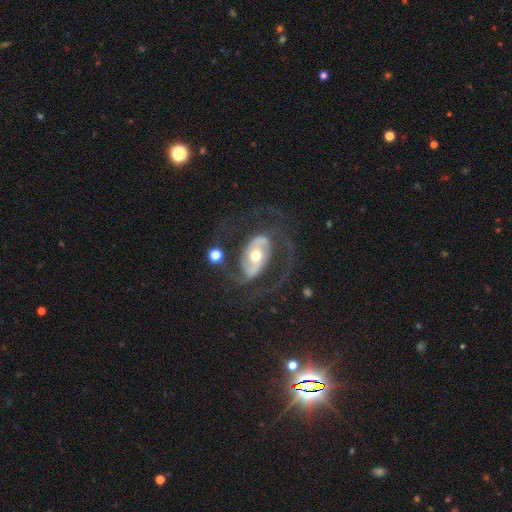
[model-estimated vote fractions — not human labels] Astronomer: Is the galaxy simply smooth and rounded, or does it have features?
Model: featured or disk — 86%.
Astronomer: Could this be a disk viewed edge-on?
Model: no — 96%.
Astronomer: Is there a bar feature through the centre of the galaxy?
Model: no — 40% (runner-up: weak, 32%).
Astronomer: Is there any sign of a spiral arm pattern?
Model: yes — 90%.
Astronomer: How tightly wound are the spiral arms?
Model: medium — 50% (runner-up: loose, 31%).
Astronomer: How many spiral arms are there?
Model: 2 — 85%.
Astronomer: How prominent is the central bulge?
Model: moderate — 72%.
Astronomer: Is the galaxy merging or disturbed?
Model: none — 61%.